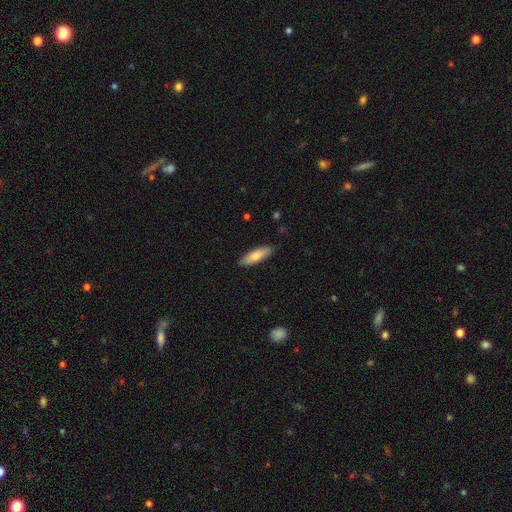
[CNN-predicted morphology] Smooth or featured: smooth — 75% (featured or disk — 19%)
How rounded: cigar-shaped — 50% (in between — 48%)
Merging: none — 88% (minor disturbance — 10%)